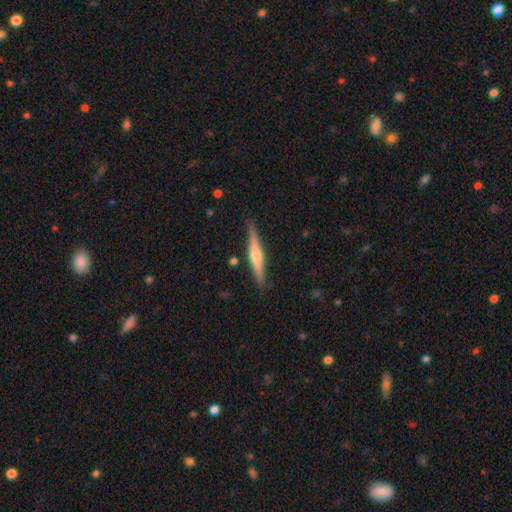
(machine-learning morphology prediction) Q: Smooth or featured?
A: featured or disk (67%); runner-up: smooth (27%)
Q: Edge-on disk?
A: yes (97%); runner-up: no (3%)
Q: Edge-on bulge?
A: rounded (77%); runner-up: none (13%)
Q: Merging?
A: none (87%); runner-up: minor disturbance (9%)